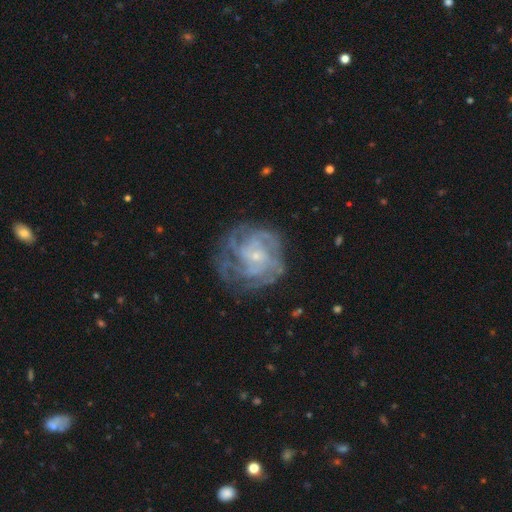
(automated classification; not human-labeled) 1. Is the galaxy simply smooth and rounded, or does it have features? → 81% featured or disk, 11% smooth, 8% star or artifact.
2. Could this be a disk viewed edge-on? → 98% no, 2% yes.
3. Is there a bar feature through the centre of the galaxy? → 72% no, 24% weak, 4% strong.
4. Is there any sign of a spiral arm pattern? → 90% yes, 10% no.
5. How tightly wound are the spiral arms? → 59% tight, 32% medium, 9% loose.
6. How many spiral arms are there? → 37% can't tell, 22% 4, 14% 3, 12% more than 4, 9% 2, 6% 1.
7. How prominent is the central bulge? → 78% small, 15% moderate, 5% none, 1% large, 1% dominant.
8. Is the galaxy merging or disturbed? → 69% none, 17% minor disturbance, 12% major disturbance, 2% merger.